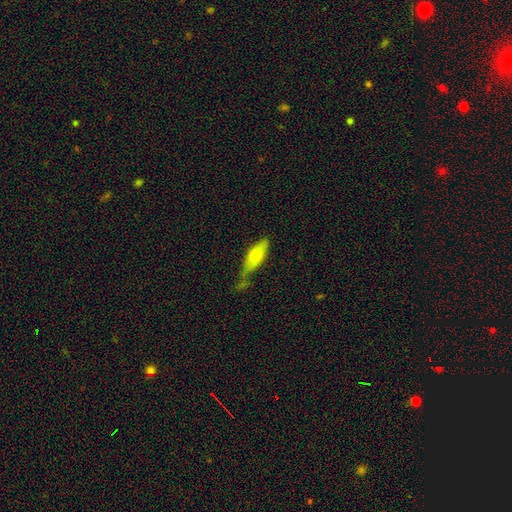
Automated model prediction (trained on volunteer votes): This appears to be a smooth galaxy with no disk features (63%) that is in between round and cigar-shaped (66%). Merging: none (43%).